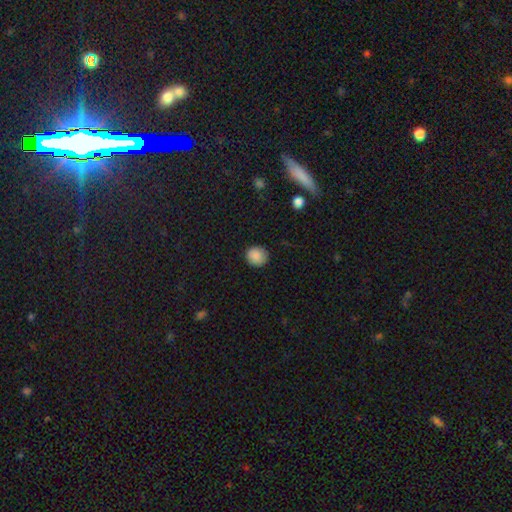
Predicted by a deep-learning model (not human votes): Smooth or featured?
  - smooth: 88% *
  - star or artifact: 9%
  - featured or disk: 3%
How rounded?
  - round: 89% *
  - in between: 11%
  - cigar-shaped: 1%
Merging?
  - none: 89% *
  - minor disturbance: 7%
  - major disturbance: 2%
  - merger: 1%